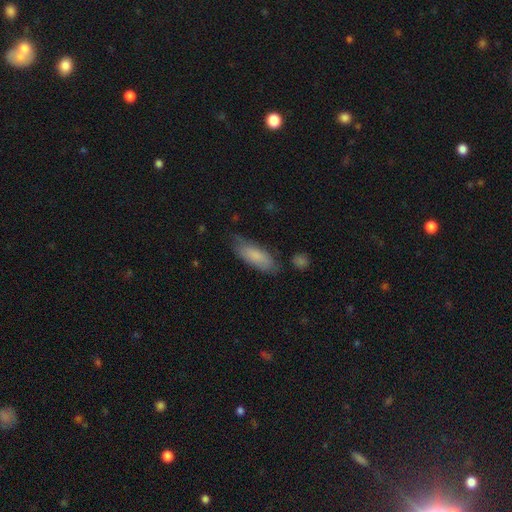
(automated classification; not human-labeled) Smooth or featured?
  - smooth: 80% *
  - featured or disk: 15%
  - star or artifact: 6%
How rounded?
  - in between: 68% *
  - cigar-shaped: 31%
  - round: 2%
Merging?
  - none: 68% *
  - minor disturbance: 23%
  - major disturbance: 6%
  - merger: 3%